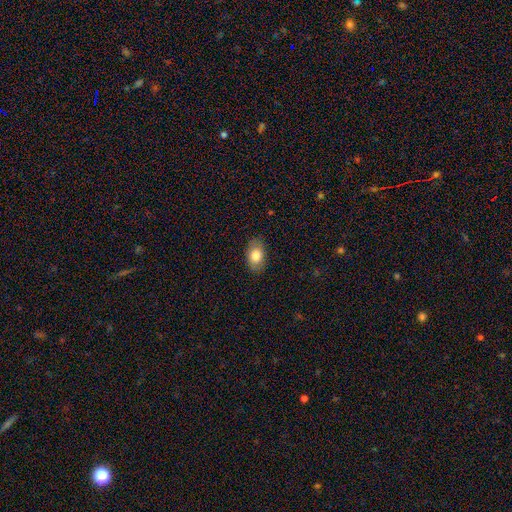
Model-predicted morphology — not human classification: A smooth galaxy with no disk features (81%) that is in between round and cigar-shaped (88%). Merging: none (84%).